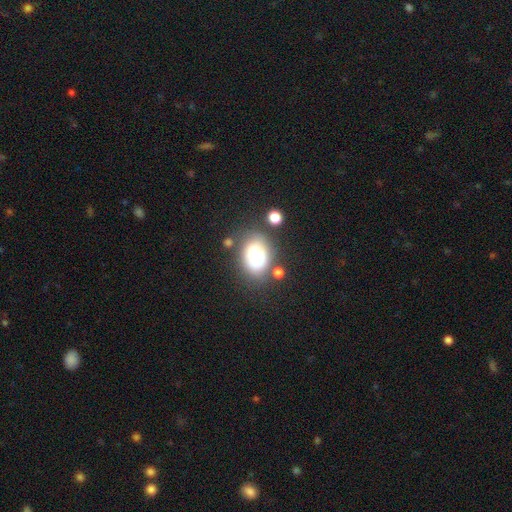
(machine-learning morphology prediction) Smooth or featured? Predicted: smooth (p=0.73). How rounded? Predicted: in between (p=0.78). Merging? Predicted: none (p=0.56).